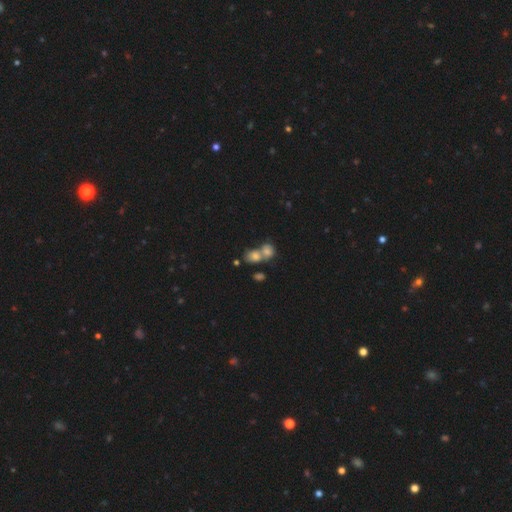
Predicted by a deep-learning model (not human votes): Morphology: type=smooth (70%); roundness=round (55%); merging=merger (58%).